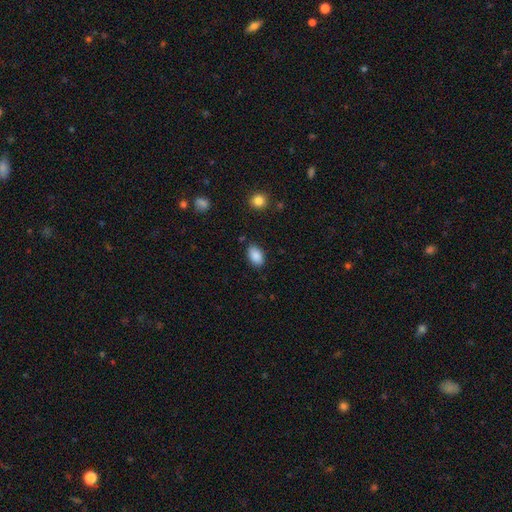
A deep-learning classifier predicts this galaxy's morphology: This appears to be a smooth galaxy with no disk features (88%) that is in between round and cigar-shaped (91%). Merging: none (83%).